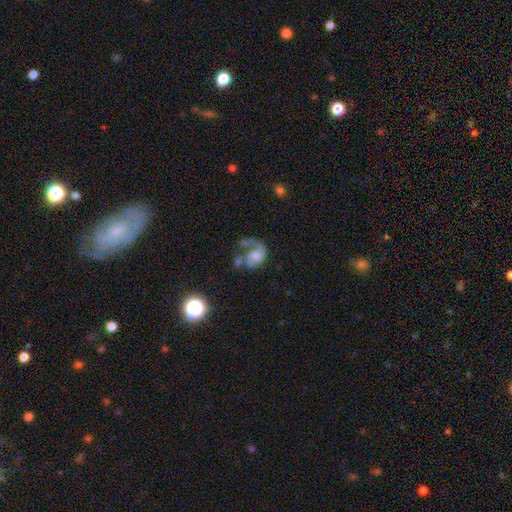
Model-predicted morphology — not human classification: A featured or disk galaxy (58%) with no bar (74%), spiral arms (76%) and a moderate central bulge (37%). Merging: major disturbance (44%).